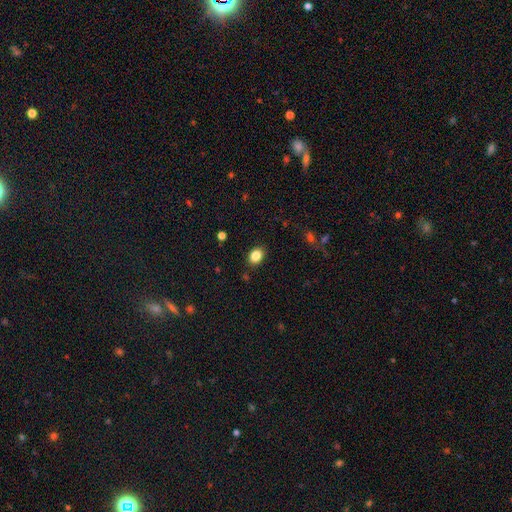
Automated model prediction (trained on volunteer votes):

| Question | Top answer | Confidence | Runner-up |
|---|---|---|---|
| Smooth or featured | smooth | 85% | star or artifact (10%) |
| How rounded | in between | 62% | round (37%) |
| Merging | none | 88% | minor disturbance (9%) |